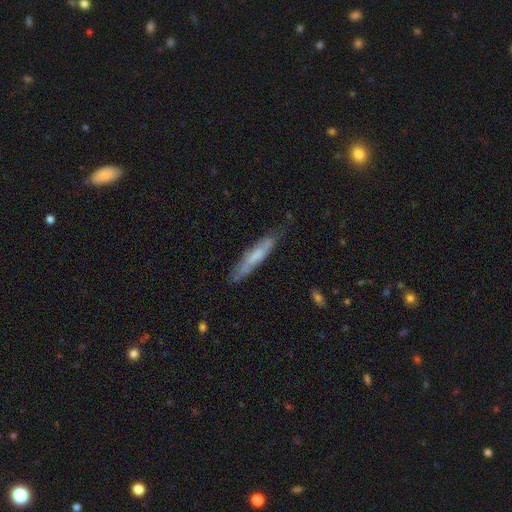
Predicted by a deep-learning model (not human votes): Smooth or featured? smooth (54%)
How rounded? cigar-shaped (89%)
Merging? none (70%)